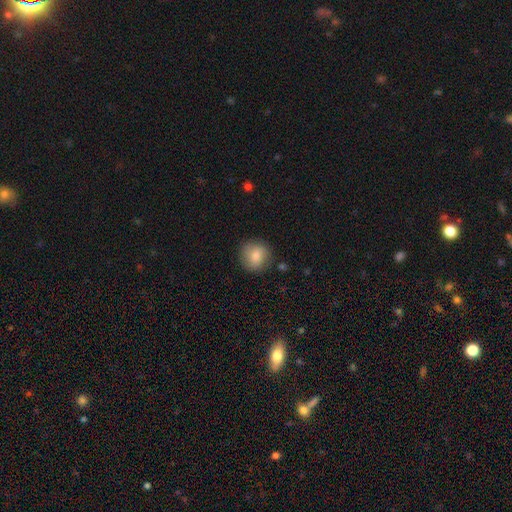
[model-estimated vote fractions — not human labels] This appears to be a smooth galaxy with no disk features (80%) that is round (91%). Merging: none (84%).